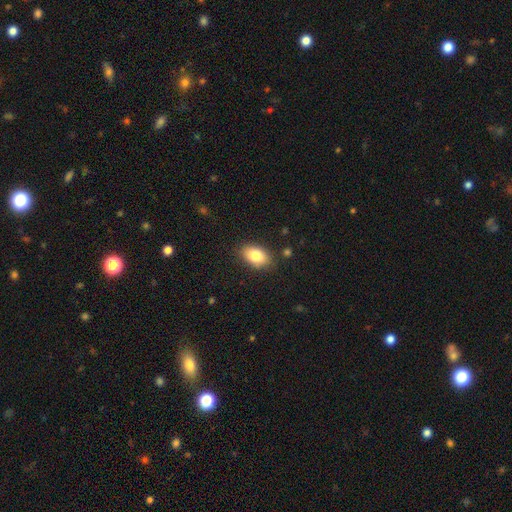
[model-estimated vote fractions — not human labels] This is clearly a smooth galaxy (82%). How rounded: clearly in between (89%). Merging: clearly none (85%).